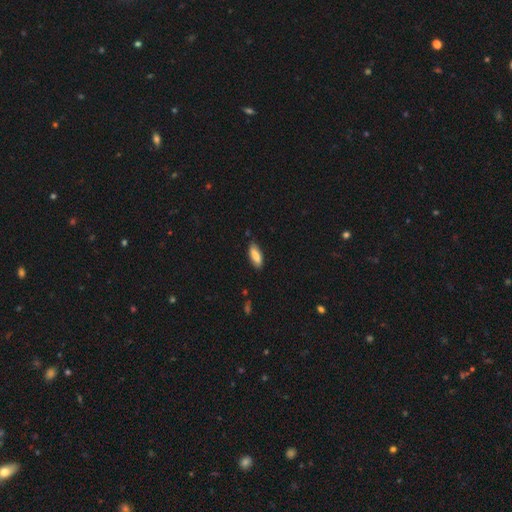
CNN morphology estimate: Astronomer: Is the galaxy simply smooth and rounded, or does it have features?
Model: smooth — 83%.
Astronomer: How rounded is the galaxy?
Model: in between — 68%.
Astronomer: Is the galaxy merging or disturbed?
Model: none — 82%.